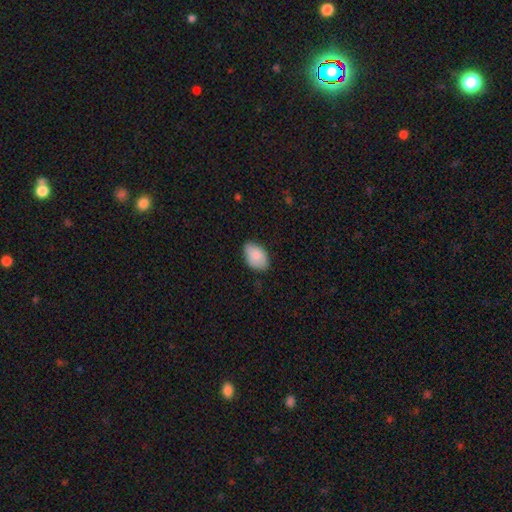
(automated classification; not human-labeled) Morphology: type=smooth (86%); roundness=in between (90%); merging=none (73%).